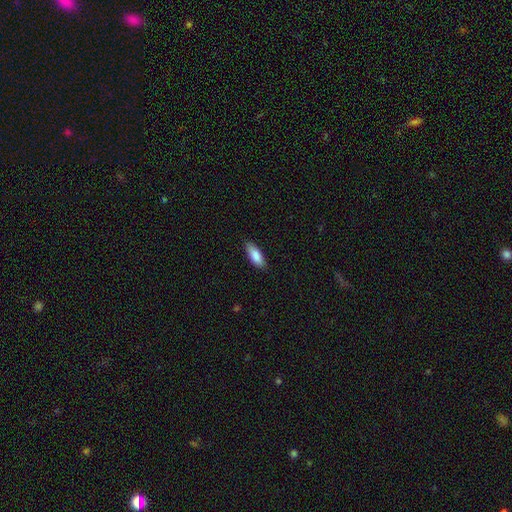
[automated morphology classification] Q: Smooth or featured?
A: smooth (86%); runner-up: featured or disk (8%)
Q: How rounded?
A: in between (70%); runner-up: cigar-shaped (29%)
Q: Merging?
A: none (85%); runner-up: minor disturbance (12%)